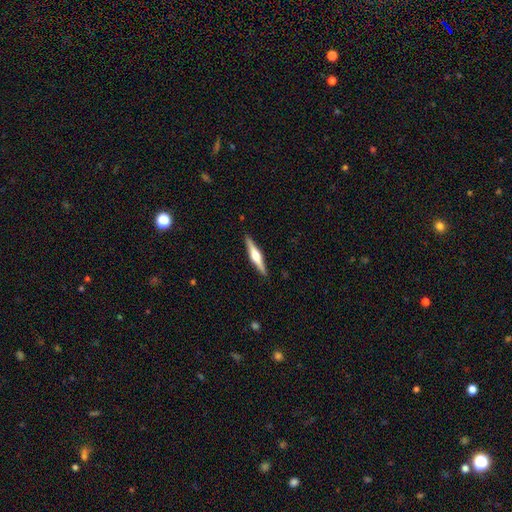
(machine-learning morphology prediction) Smooth or featured? Predicted: featured or disk (p=0.70). Edge-on disk? Predicted: yes (p=0.98). Edge-on bulge? Predicted: rounded (p=0.91). Merging? Predicted: none (p=0.91).